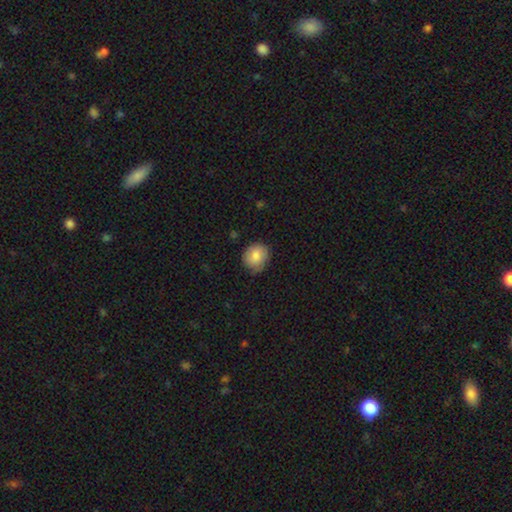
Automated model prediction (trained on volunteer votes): Smooth or featured?
  - smooth: 82% *
  - featured or disk: 11%
  - star or artifact: 8%
How rounded?
  - round: 74% *
  - in between: 25%
  - cigar-shaped: 1%
Merging?
  - none: 75% *
  - minor disturbance: 21%
  - major disturbance: 3%
  - merger: 1%